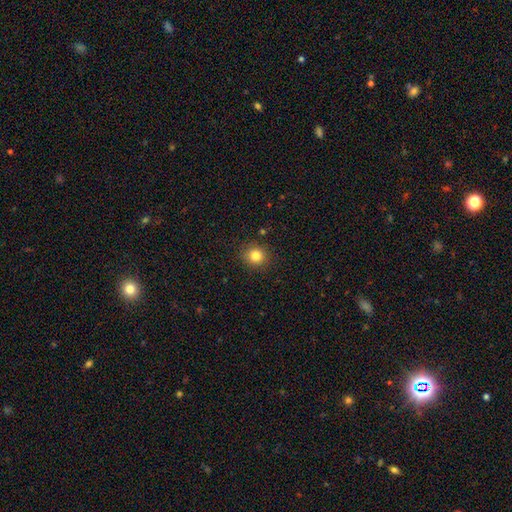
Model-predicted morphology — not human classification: This is clearly a smooth galaxy (82%). How rounded: clearly round (88%). Merging: clearly none (89%).